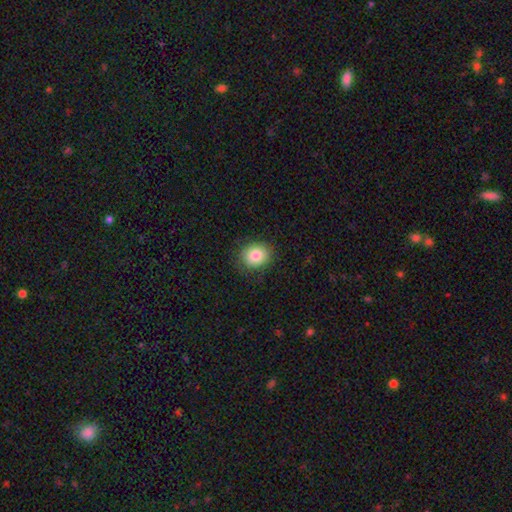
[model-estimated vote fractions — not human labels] The model was most divided on "how rounded": round: 71%, in between: 28%, cigar-shaped: 1%. More confident: merging — none (83%); smooth or featured — smooth (82%).